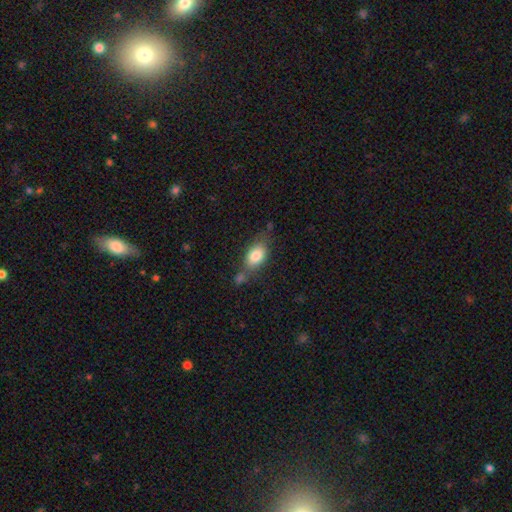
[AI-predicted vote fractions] Smooth or featured? smooth (80%)
How rounded? in between (86%)
Merging? none (52%)